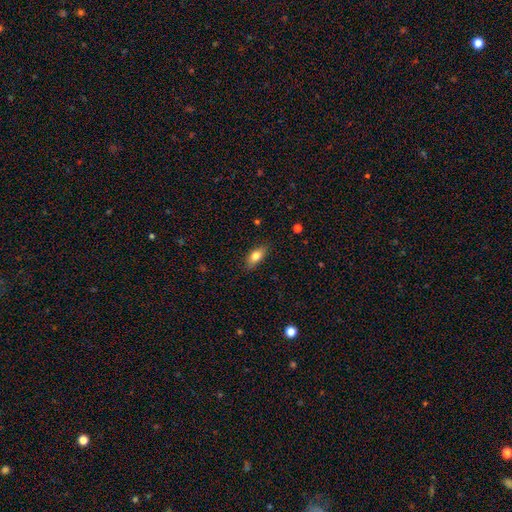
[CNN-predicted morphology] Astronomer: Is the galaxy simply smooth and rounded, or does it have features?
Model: smooth — 78%.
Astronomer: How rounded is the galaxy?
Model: in between — 82%.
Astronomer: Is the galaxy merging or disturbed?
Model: none — 84%.